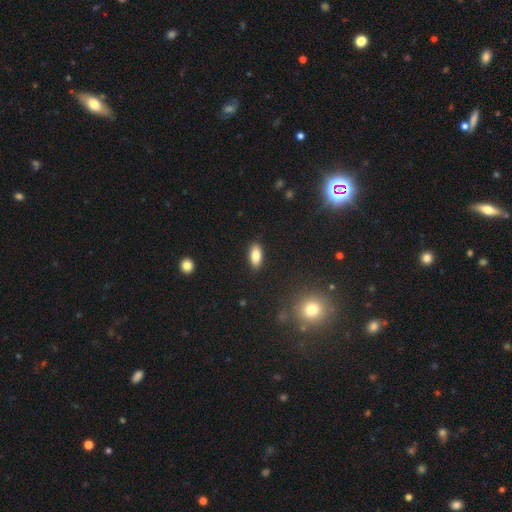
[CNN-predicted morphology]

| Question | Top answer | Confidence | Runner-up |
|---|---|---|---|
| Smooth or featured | smooth | 84% | featured or disk (8%) |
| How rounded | in between | 89% | cigar-shaped (8%) |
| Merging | none | 88% | minor disturbance (9%) |